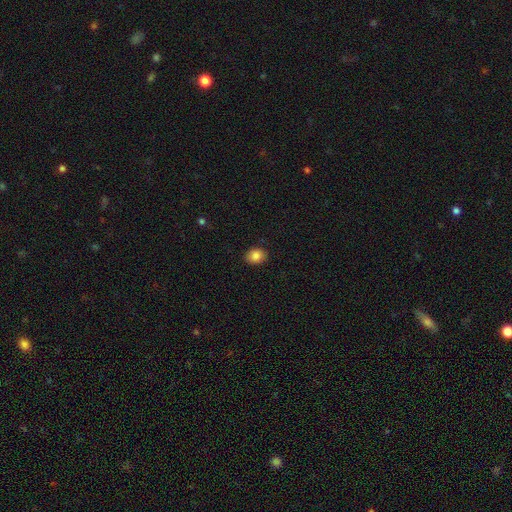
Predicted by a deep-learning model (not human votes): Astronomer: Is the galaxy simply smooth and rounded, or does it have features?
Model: smooth — 86%.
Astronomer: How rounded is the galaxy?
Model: in between — 51% (runner-up: round, 48%).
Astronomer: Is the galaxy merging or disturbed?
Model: none — 89%.